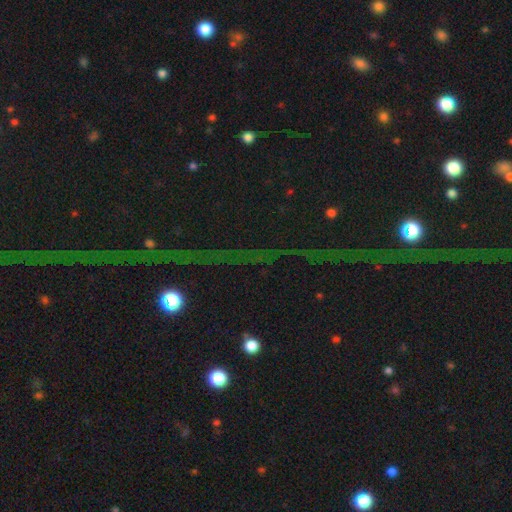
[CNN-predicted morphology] Smooth or featured? star or artifact (79%)